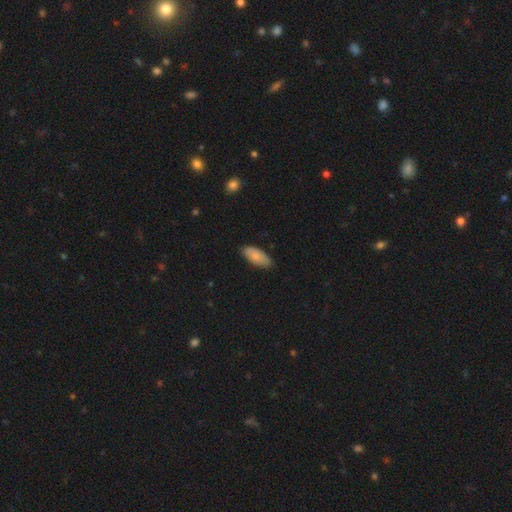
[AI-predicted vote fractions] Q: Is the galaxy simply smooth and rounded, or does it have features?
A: smooth — 81%.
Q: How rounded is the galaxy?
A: in between — 89%.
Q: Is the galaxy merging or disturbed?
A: none — 82%.